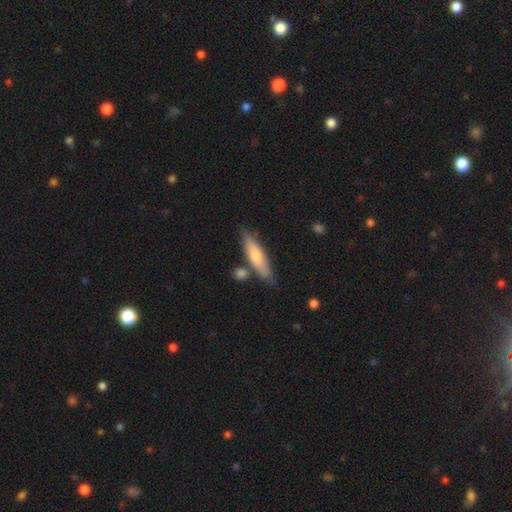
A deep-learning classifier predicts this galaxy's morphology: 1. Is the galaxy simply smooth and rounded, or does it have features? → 57% smooth, 37% featured or disk, 6% star or artifact.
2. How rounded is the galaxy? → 74% cigar-shaped, 24% in between, 2% round.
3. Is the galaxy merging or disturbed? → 76% none, 13% minor disturbance, 8% merger, 3% major disturbance.